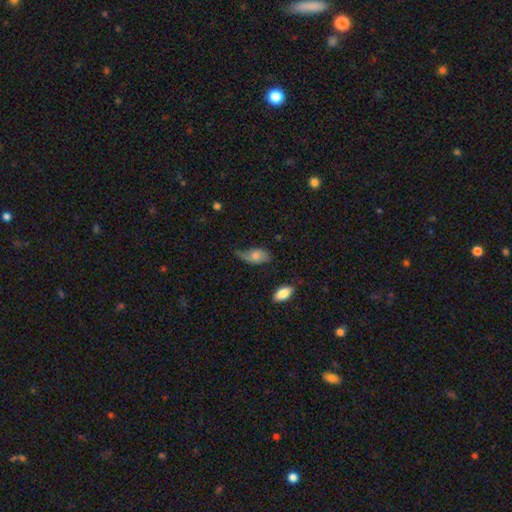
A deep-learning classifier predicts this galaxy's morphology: Smooth or featured: smooth — 60% (featured or disk — 32%)
How rounded: in between — 89% (round — 8%)
Merging: minor disturbance — 40% (none — 33%)